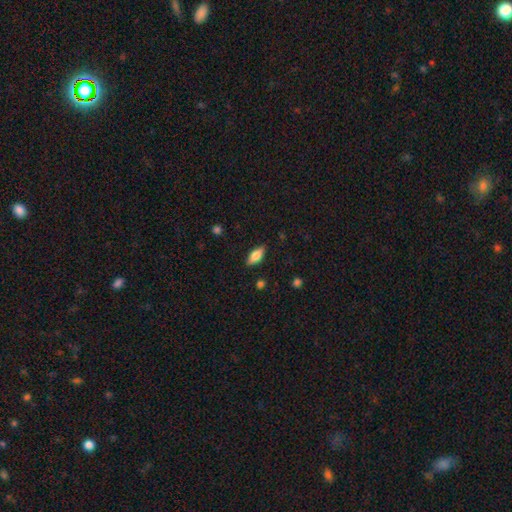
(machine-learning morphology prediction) smooth-or-featured: smooth: 69% | featured or disk: 23% | star or artifact: 7%
  how-rounded: in between: 79% | cigar-shaped: 18% | round: 3%
  merging: none: 85% | minor disturbance: 11% | major disturbance: 3% | merger: 1%